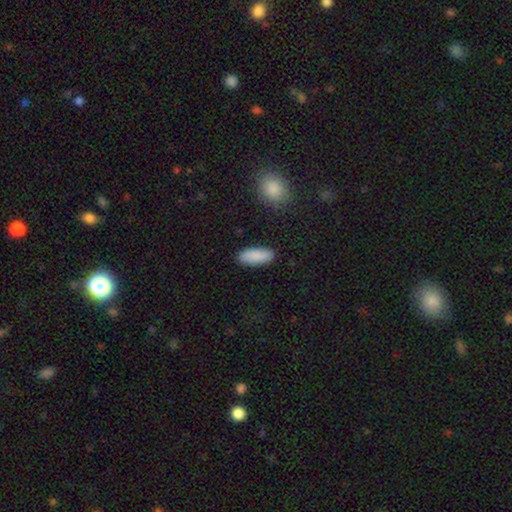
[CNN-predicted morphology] Overall: smooth (89%). How rounded: in between (74%). Merging: none (88%).